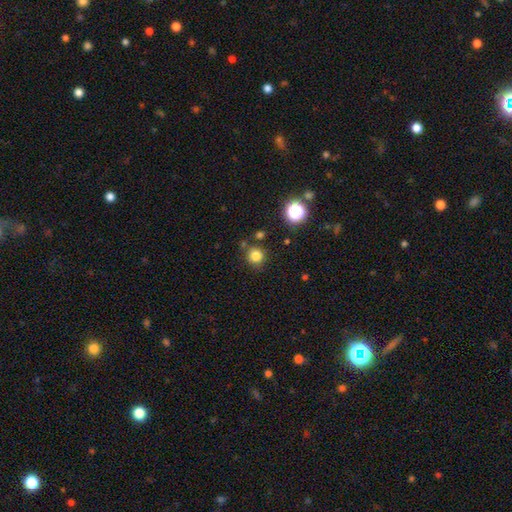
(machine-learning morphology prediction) A smooth galaxy with no disk features (81%) that is round (91%).

Vote fractions:
- Smooth or featured? smooth: 81% / star or artifact: 14% / featured or disk: 5%
- How rounded? round: 91% / in between: 8% / cigar-shaped: 1%
- Merging? none: 81% / minor disturbance: 10% / merger: 6% / major disturbance: 3%